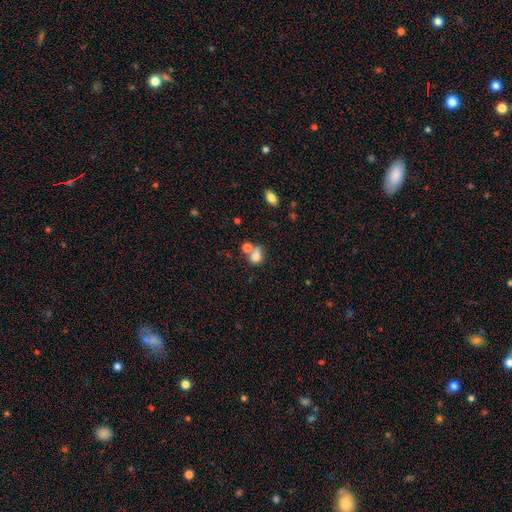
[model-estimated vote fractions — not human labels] A smooth galaxy with no disk features (77%) that is round (52%).

Vote fractions:
- Smooth or featured? smooth: 77% / featured or disk: 12% / star or artifact: 12%
- How rounded? round: 52% / in between: 47% / cigar-shaped: 1%
- Merging? merger: 46% / none: 37% / minor disturbance: 11% / major disturbance: 6%